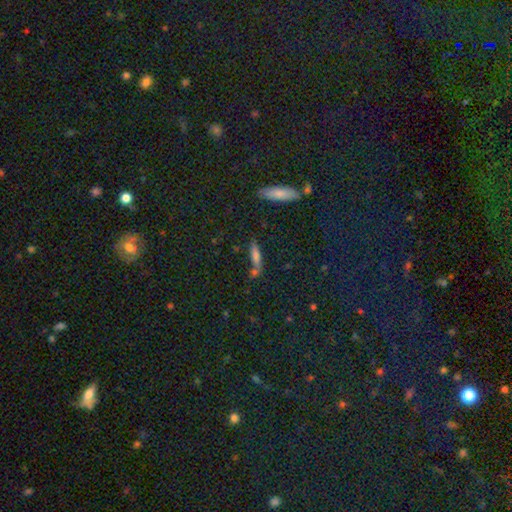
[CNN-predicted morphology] This appears to be a smooth galaxy with no disk features (64%) that is cigar-shaped (73%). Merging: none (62%).